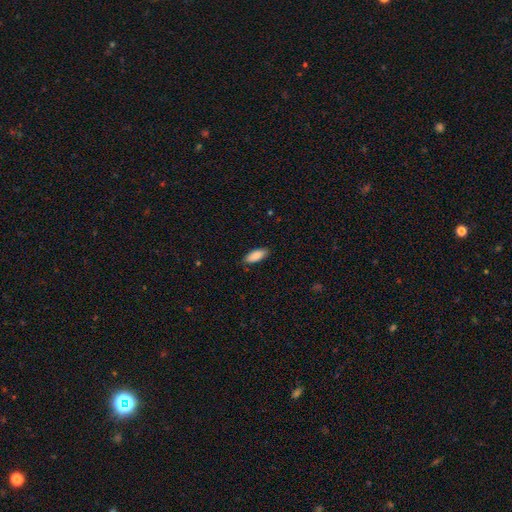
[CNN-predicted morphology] Overall: smooth (89%). How rounded: in between (80%). Merging: none (86%).